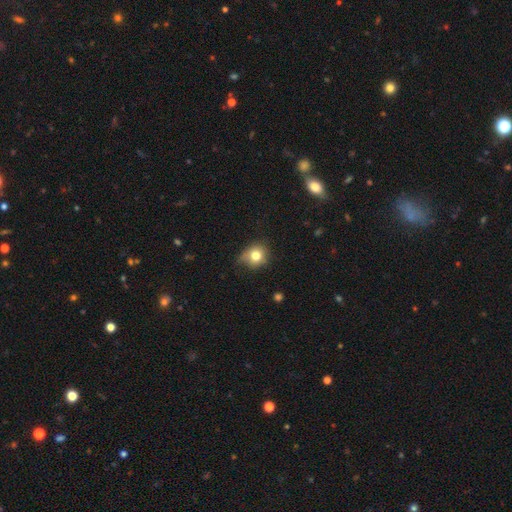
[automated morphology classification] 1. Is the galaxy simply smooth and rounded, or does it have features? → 78% smooth, 11% star or artifact, 11% featured or disk.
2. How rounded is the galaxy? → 75% round, 24% in between, 1% cigar-shaped.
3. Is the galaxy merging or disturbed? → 58% none, 32% minor disturbance, 8% major disturbance, 2% merger.